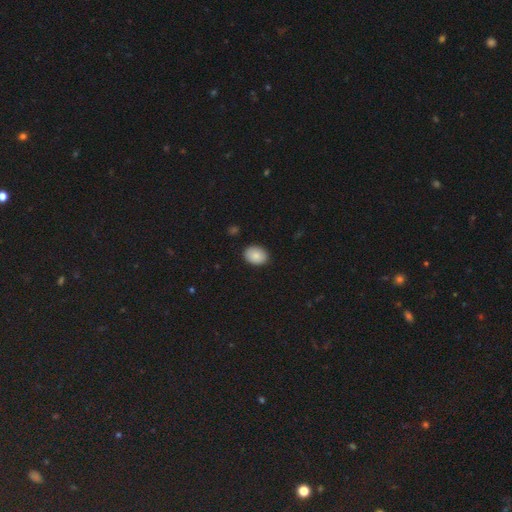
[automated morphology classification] smooth_or_featured: smooth (p=0.87) [alt: star or artifact p=0.08]
how_rounded: in between (p=0.71) [alt: round p=0.28]
merging: none (p=0.89) [alt: minor disturbance p=0.08]